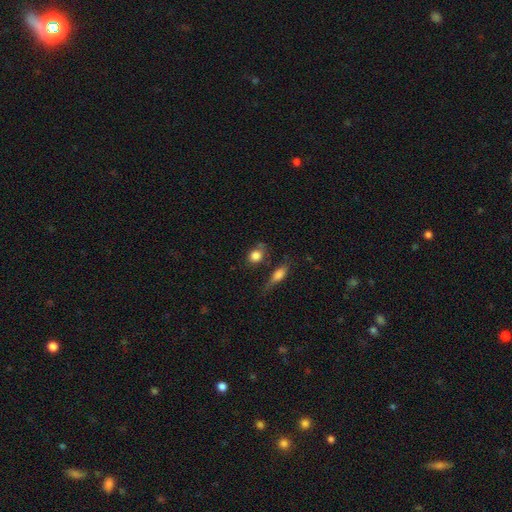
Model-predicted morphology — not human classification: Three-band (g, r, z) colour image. It shows a smooth galaxy with no disk features (83%) that is round (57%). Merging: none (60%).